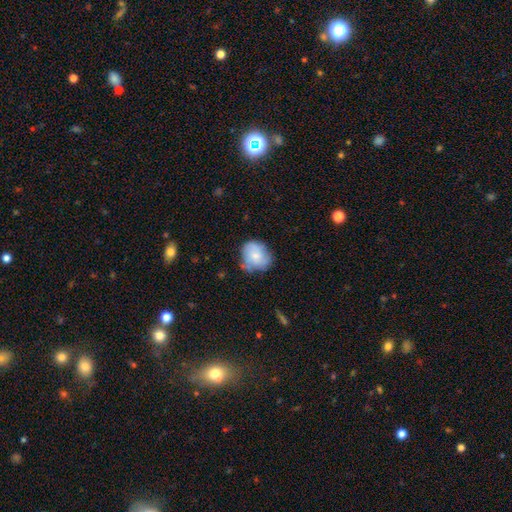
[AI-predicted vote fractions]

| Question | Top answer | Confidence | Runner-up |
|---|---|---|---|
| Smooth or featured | smooth | 65% | featured or disk (28%) |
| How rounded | round | 64% | in between (35%) |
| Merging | none | 54% | minor disturbance (33%) |